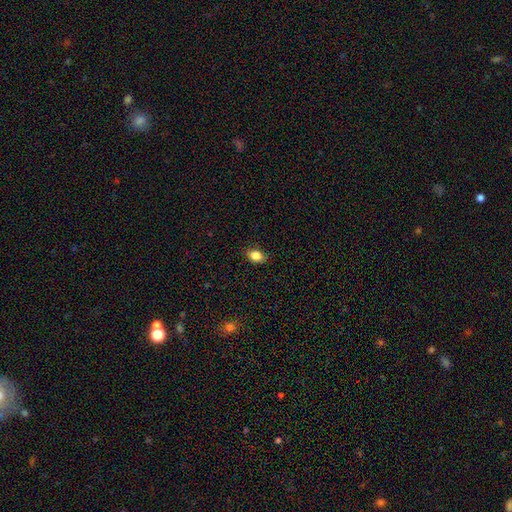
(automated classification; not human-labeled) smooth 84%, star or artifact 10%, featured or disk 6%. Down the decision tree: how rounded — in between (77%); merging — none (87%).